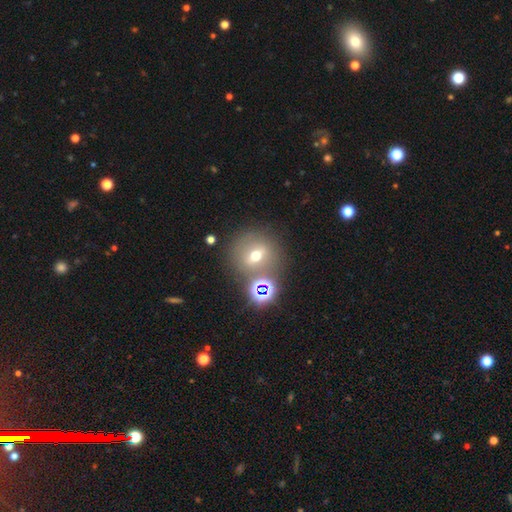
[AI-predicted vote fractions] smooth 47%, featured or disk 29%, star or artifact 24%. Down the decision tree: merging — none (72%).